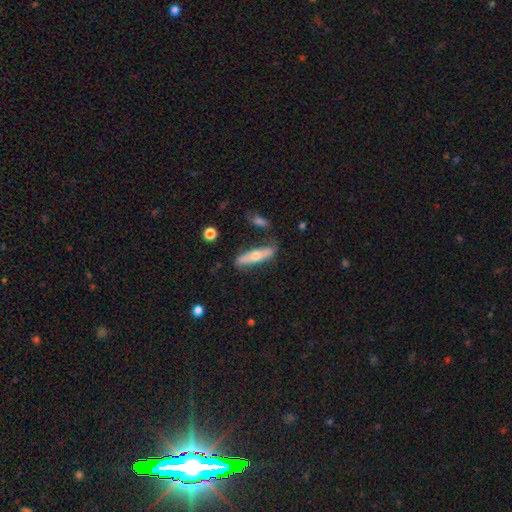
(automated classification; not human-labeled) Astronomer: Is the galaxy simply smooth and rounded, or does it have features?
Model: smooth — 50% (runner-up: featured or disk, 44%).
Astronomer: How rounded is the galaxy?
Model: cigar-shaped — 73%.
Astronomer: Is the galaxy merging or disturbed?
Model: none — 72%.